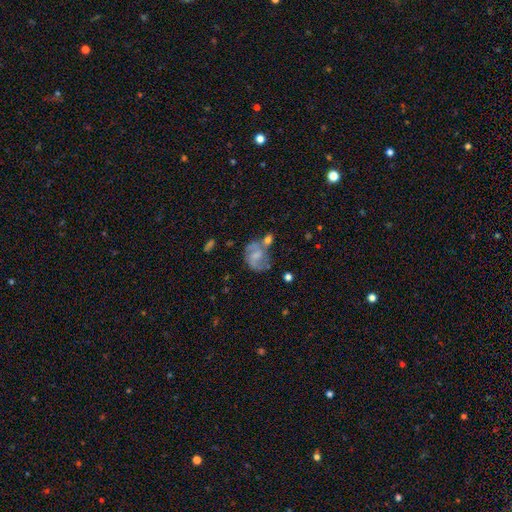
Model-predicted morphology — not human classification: Smooth or featured: featured or disk — 57% (smooth — 34%)
Edge-on disk: no — 97% (yes — 3%)
Bar: weak — 45% (no — 44%)
Spiral arms: yes — 75% (no — 25%)
Bulge size: small — 35% (moderate — 31%)
Merging: none — 38% (merger — 24%)